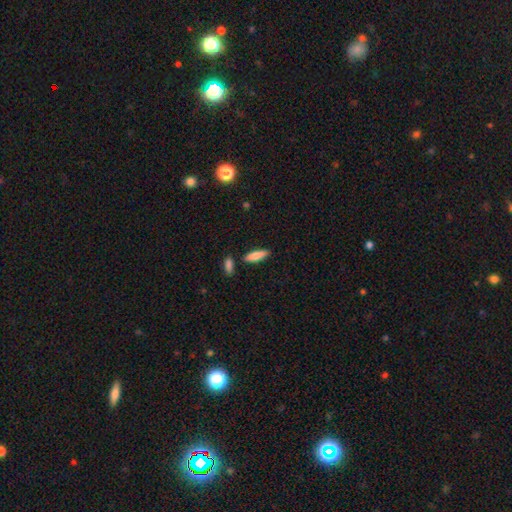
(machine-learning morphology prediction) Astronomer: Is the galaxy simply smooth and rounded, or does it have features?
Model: smooth — 83%.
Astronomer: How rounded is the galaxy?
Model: cigar-shaped — 57% (runner-up: in between, 42%).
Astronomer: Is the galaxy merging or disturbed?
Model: none — 81%.